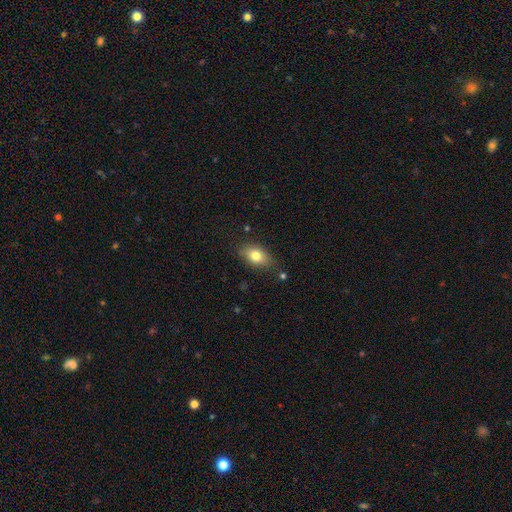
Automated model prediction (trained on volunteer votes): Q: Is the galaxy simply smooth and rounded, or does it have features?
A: smooth — 78%.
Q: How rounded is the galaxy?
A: in between — 84%.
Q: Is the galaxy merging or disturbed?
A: none — 78%.